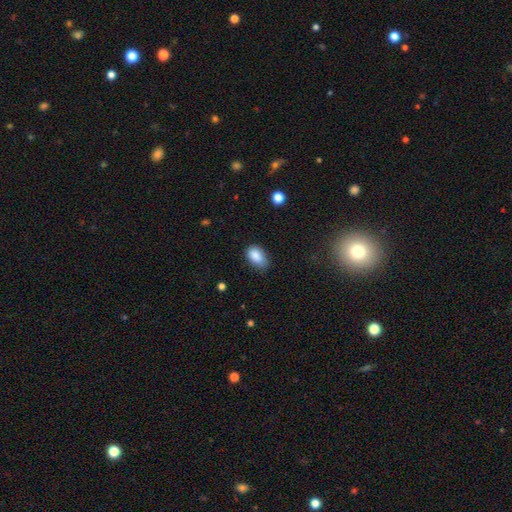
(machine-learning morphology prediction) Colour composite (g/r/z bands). It shows a smooth galaxy with no disk features (86%) that is in between round and cigar-shaped (90%). Merging: none (60%).